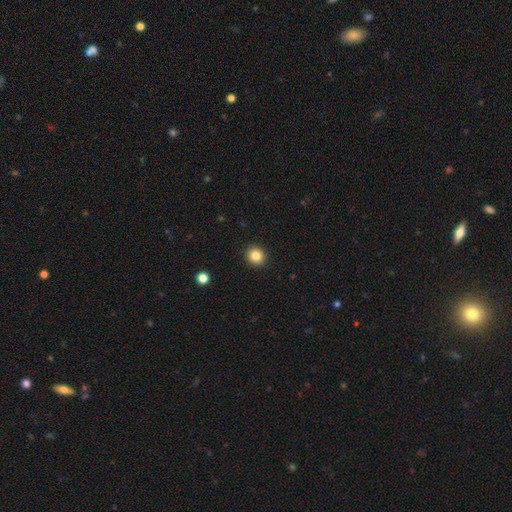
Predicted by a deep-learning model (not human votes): The model was most divided on "smooth or featured": smooth: 84%, star or artifact: 11%, featured or disk: 6%. More confident: merging — none (93%); how rounded — round (92%).